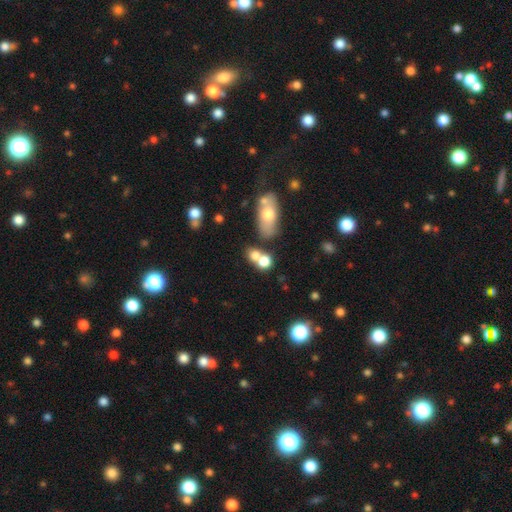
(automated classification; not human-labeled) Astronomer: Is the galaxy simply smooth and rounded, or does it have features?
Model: smooth — 73%.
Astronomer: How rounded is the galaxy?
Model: round — 59% (runner-up: in between, 38%).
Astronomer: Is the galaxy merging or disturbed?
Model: merger — 49% (runner-up: none, 36%).